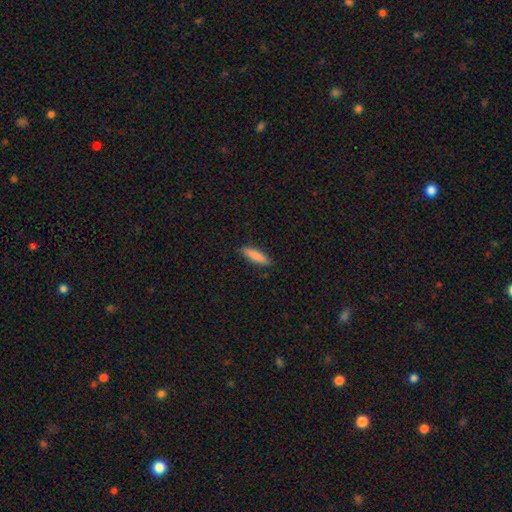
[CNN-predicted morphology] type=smooth (85%); roundness=cigar-shaped (73%); merging=none (88%).